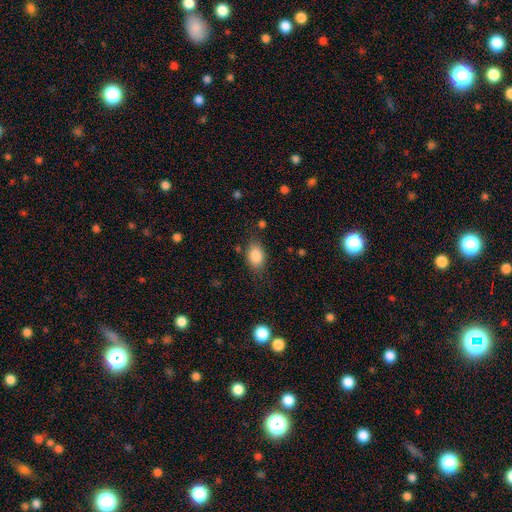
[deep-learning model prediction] Smooth or featured?
  - smooth: 86% *
  - star or artifact: 8%
  - featured or disk: 6%
How rounded?
  - in between: 80% *
  - round: 18%
  - cigar-shaped: 1%
Merging?
  - none: 76% *
  - minor disturbance: 17%
  - major disturbance: 5%
  - merger: 2%